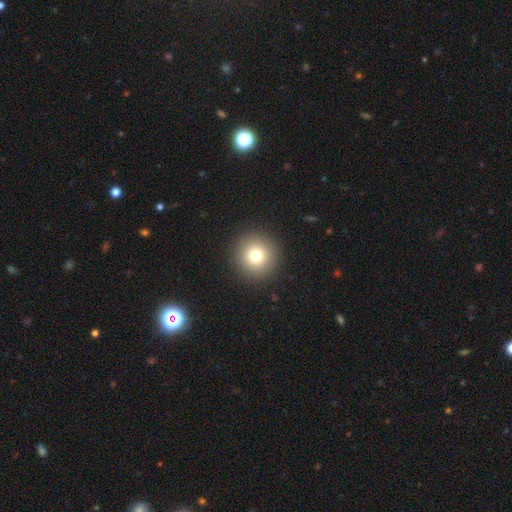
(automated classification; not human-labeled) Smooth or featured? Predicted: smooth (p=0.77). How rounded? Predicted: round (p=0.95). Merging? Predicted: none (p=0.92).